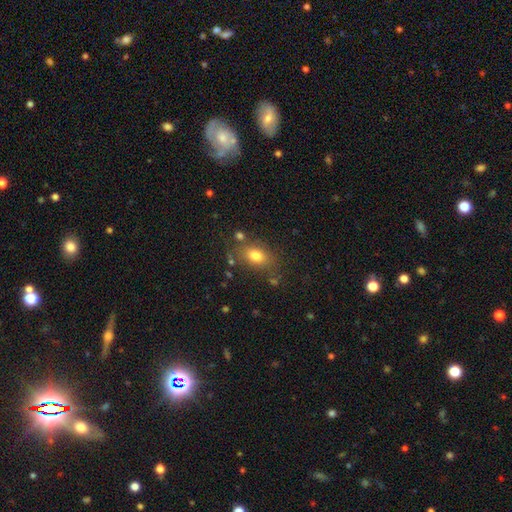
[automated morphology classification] Smooth or featured? Predicted: smooth (p=0.77). How rounded? Predicted: in between (p=0.76). Merging? Predicted: none (p=0.73).